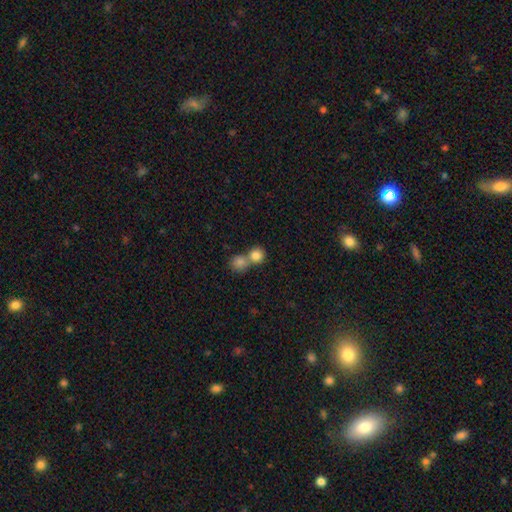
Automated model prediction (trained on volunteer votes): smooth-or-featured: smooth: 82% | star or artifact: 10% | featured or disk: 8%
  how-rounded: round: 87% | in between: 12% | cigar-shaped: 1%
  merging: merger: 54% | none: 39% | minor disturbance: 5% | major disturbance: 2%